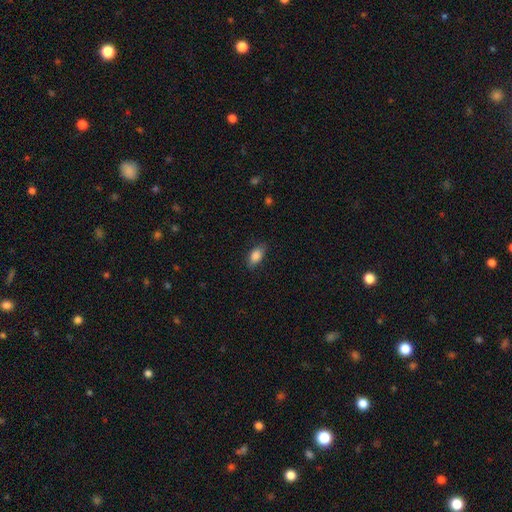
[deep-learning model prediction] Q: Smooth or featured?
A: smooth (86%); runner-up: star or artifact (7%)
Q: How rounded?
A: in between (89%); runner-up: cigar-shaped (6%)
Q: Merging?
A: none (81%); runner-up: minor disturbance (15%)